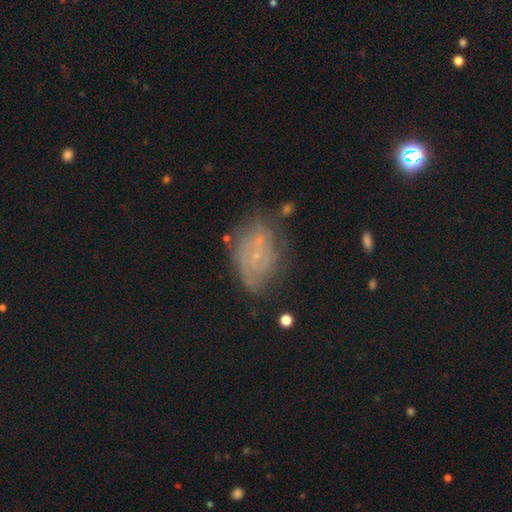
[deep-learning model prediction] Smooth or featured?
  - featured or disk: 61% *
  - smooth: 25%
  - star or artifact: 14%
Edge-on disk?
  - no: 96% *
  - yes: 4%
Bar?
  - no: 72% *
  - weak: 24%
  - strong: 4%
Spiral arms?
  - yes: 76% *
  - no: 24%
Bulge size?
  - small: 82% *
  - moderate: 8%
  - none: 8%
  - large: 1%
  - dominant: 1%
Merging?
  - none: 63% *
  - minor disturbance: 23%
  - major disturbance: 10%
  - merger: 3%